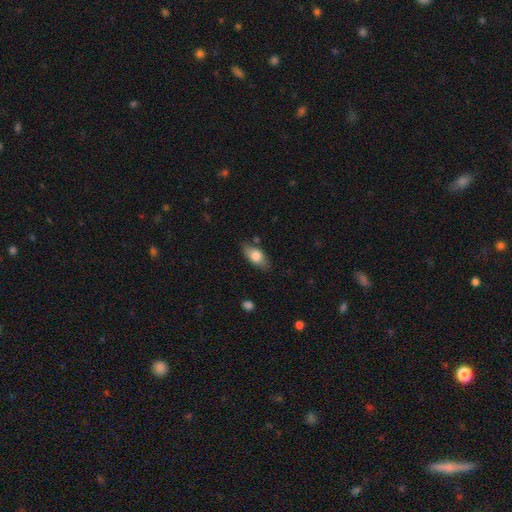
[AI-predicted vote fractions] smooth_or_featured: smooth (p=0.74) [alt: featured or disk p=0.19]
how_rounded: in between (p=0.87) [alt: cigar-shaped p=0.09]
merging: none (p=0.77) [alt: minor disturbance p=0.17]